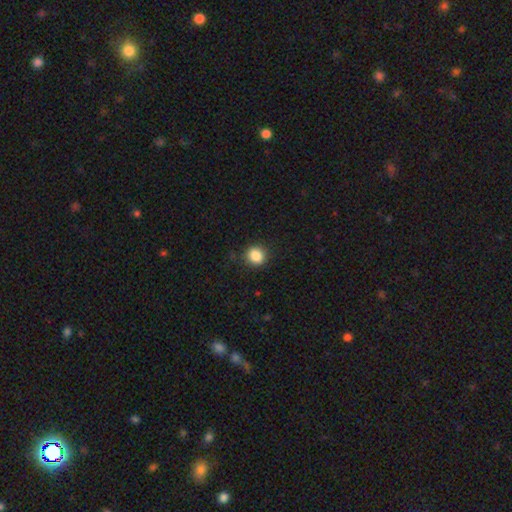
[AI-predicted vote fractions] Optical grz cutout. It shows a smooth galaxy with no disk features (86%) that is round (78%). Merging: none (88%).